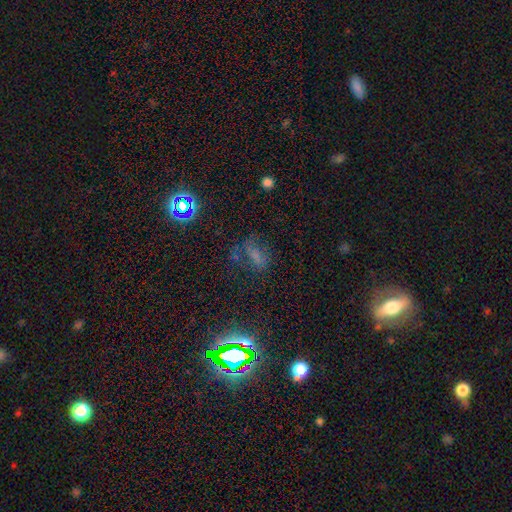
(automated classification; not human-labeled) This appears to be a smooth galaxy with no disk features (41%). Merging: none (53%).